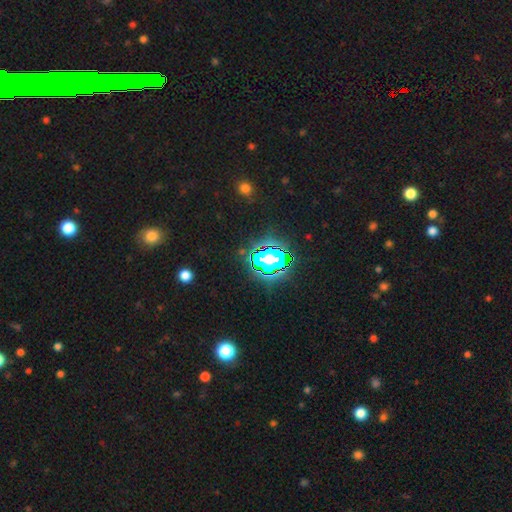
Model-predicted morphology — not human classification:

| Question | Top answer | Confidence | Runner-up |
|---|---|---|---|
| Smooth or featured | star or artifact | 81% | smooth (11%) |